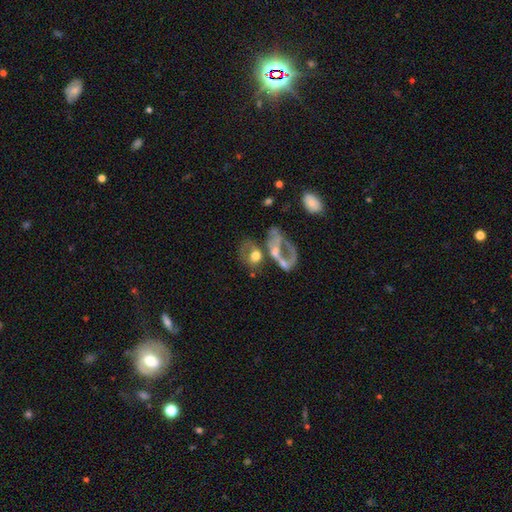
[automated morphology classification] A featured or disk galaxy (46%).

Vote fractions:
- Smooth or featured? featured or disk: 46% / smooth: 41% / star or artifact: 13%
- Merging? merger: 47% / major disturbance: 26% / none: 17% / minor disturbance: 9%